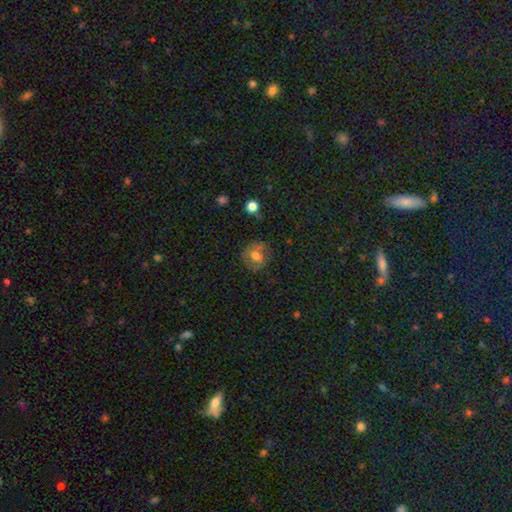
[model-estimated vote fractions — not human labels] smooth_or_featured: smooth (p=0.61) [alt: featured or disk p=0.26]
how_rounded: round (p=0.80) [alt: in between p=0.19]
merging: none (p=0.67) [alt: minor disturbance p=0.19]